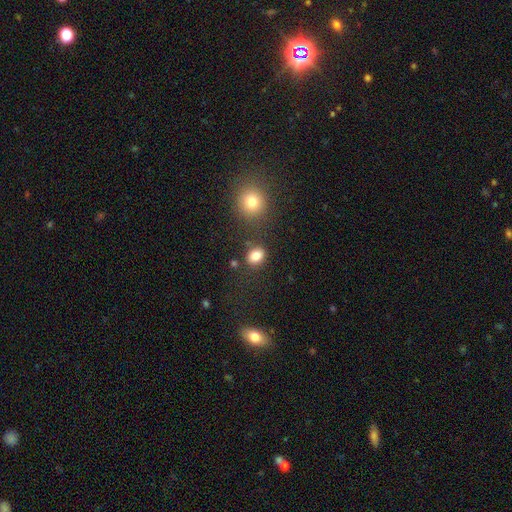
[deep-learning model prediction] This appears to be a smooth galaxy with no disk features (82%) that is in between round and cigar-shaped (53%). Merging: none (76%).